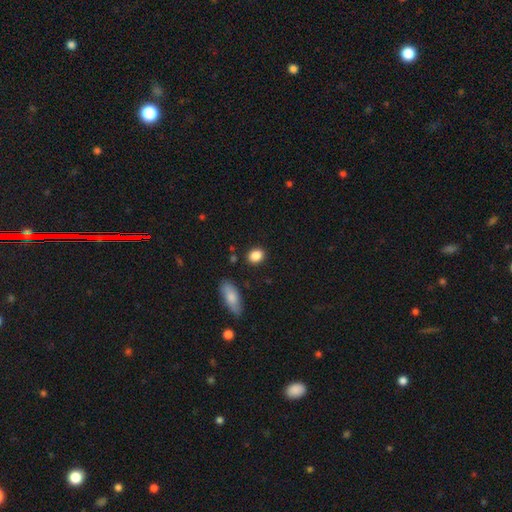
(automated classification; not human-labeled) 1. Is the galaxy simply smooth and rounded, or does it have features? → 87% smooth, 8% star or artifact, 5% featured or disk.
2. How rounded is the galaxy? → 54% in between, 44% round, 2% cigar-shaped.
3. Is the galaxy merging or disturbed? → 86% none, 9% minor disturbance, 3% merger, 2% major disturbance.